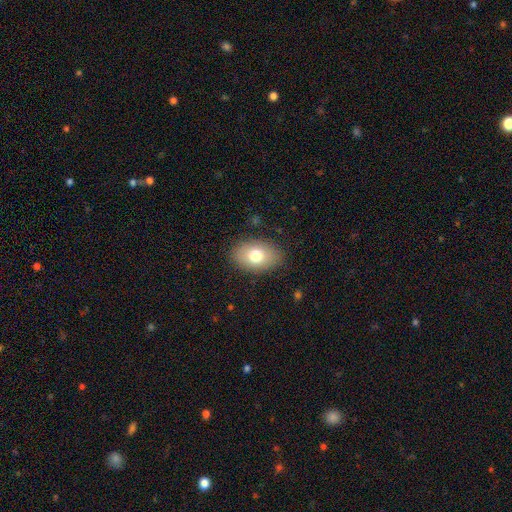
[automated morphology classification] smooth 75%, featured or disk 16%, star or artifact 9%. Down the decision tree: how rounded — in between (86%); merging — none (85%).